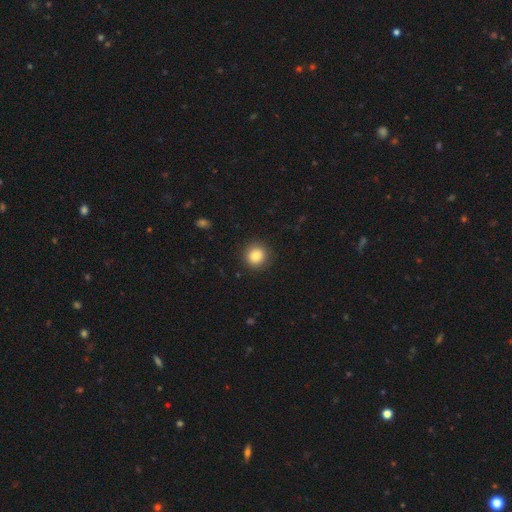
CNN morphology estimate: smooth_or_featured: smooth (p=0.85) [alt: star or artifact p=0.09]
how_rounded: round (p=0.92) [alt: in between p=0.07]
merging: none (p=0.90) [alt: minor disturbance p=0.07]